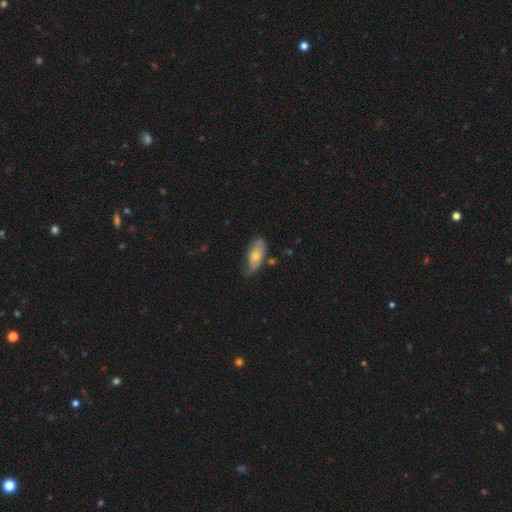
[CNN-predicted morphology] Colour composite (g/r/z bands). It shows a smooth galaxy with no disk features (68%) that is in between round and cigar-shaped (83%). Merging: none (55%).